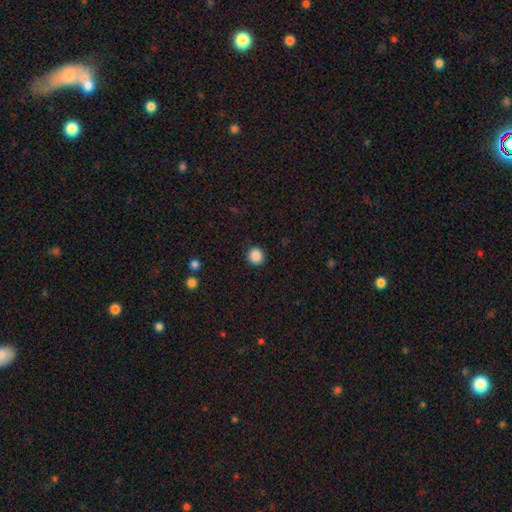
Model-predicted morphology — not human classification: This is clearly a smooth galaxy (88%). How rounded: clearly round (91%). Merging: clearly none (91%).